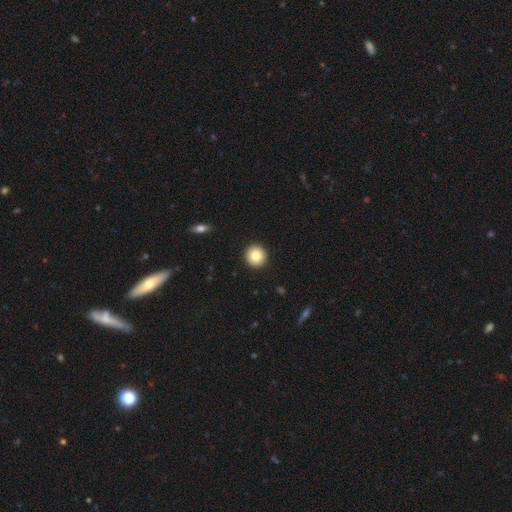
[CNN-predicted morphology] smooth 84%, star or artifact 9%, featured or disk 7%. Down the decision tree: how rounded — round (94%); merging — none (93%).